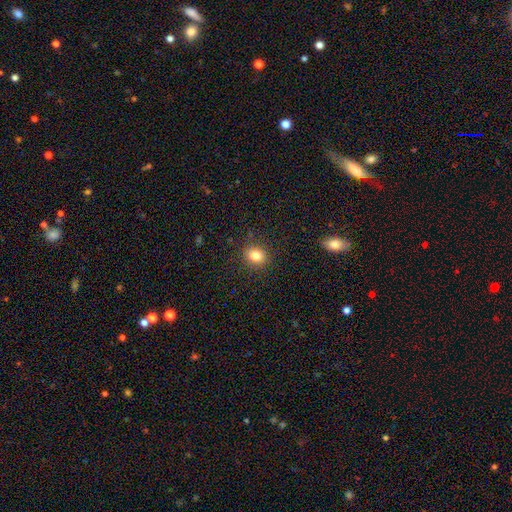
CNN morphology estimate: Smooth or featured: smooth — 82% (star or artifact — 12%)
How rounded: round — 64% (in between — 35%)
Merging: none — 89% (minor disturbance — 8%)